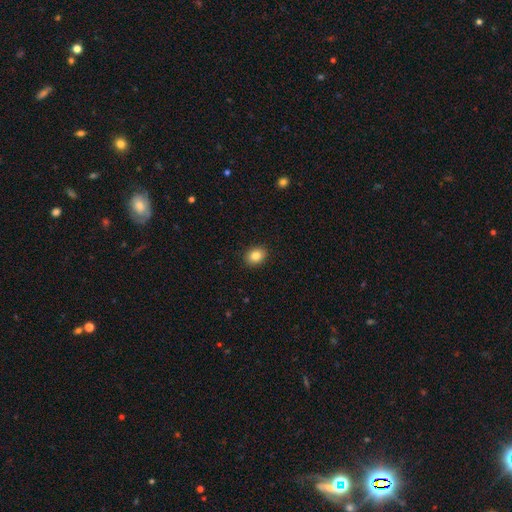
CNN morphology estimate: Smooth or featured: smooth — 85% (star or artifact — 9%)
How rounded: in between — 54% (round — 45%)
Merging: none — 91% (minor disturbance — 7%)